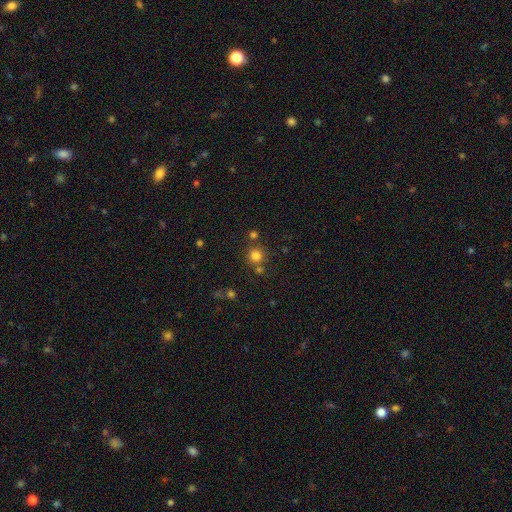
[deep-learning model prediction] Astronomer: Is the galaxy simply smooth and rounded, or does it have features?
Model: smooth — 79%.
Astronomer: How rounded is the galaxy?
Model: round — 93%.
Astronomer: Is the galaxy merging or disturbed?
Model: none — 75%.